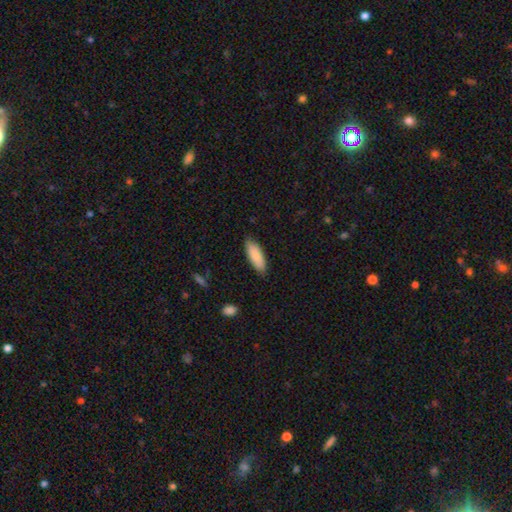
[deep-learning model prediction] smooth-or-featured: smooth: 88% | featured or disk: 6% | star or artifact: 6%
  how-rounded: in between: 65% | cigar-shaped: 34% | round: 1%
  merging: none: 84% | minor disturbance: 12% | major disturbance: 2% | merger: 1%